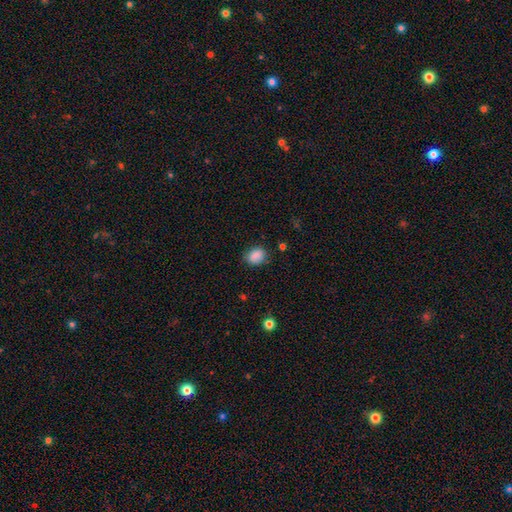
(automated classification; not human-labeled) The model was most divided on "how rounded": in between: 63%, round: 35%, cigar-shaped: 1%. More confident: smooth or featured — smooth (87%); merging — none (78%).